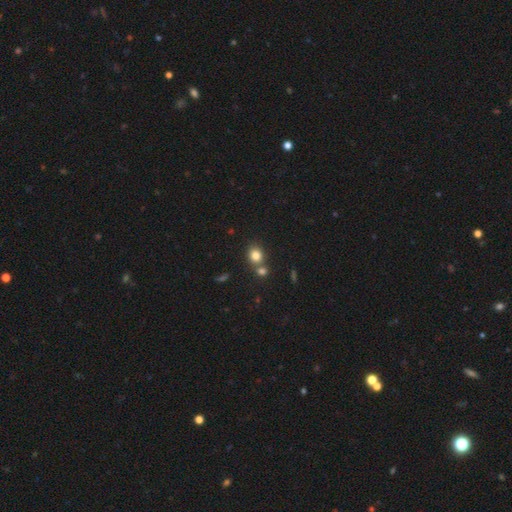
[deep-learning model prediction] smooth 82%, star or artifact 11%, featured or disk 7%. Down the decision tree: how rounded — round (65%); merging — none (59%).